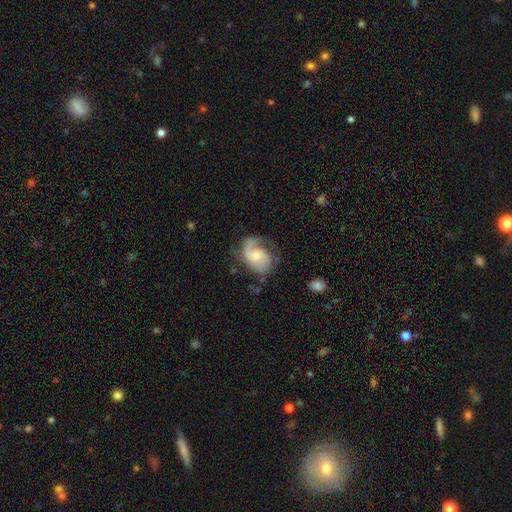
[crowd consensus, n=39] Q: Smooth or featured?
A: featured or disk (79%); runner-up: smooth (21%)
Q: Edge-on disk?
A: no (100%)
Q: Bar?
A: no (84%); runner-up: weak (16%)
Q: Spiral arms?
A: yes (90%); runner-up: no (10%)
Q: Spiral winding?
A: medium (36%); tied with: loose (36%)
Q: Spiral arm count?
A: 1 (71%); runner-up: 2 (21%)
Q: Bulge size?
A: small (52%); runner-up: moderate (39%)
Q: Merging?
A: none (51%); runner-up: major disturbance (38%)